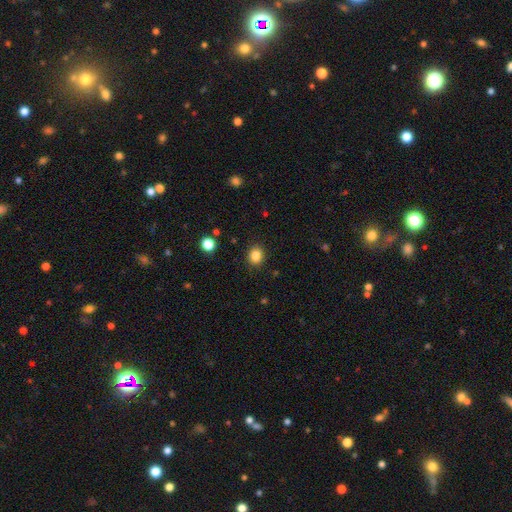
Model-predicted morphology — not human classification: Smooth or featured?
  - smooth: 84% *
  - star or artifact: 11%
  - featured or disk: 5%
How rounded?
  - round: 65% *
  - in between: 34%
  - cigar-shaped: 1%
Merging?
  - none: 90% *
  - minor disturbance: 7%
  - major disturbance: 2%
  - merger: 1%